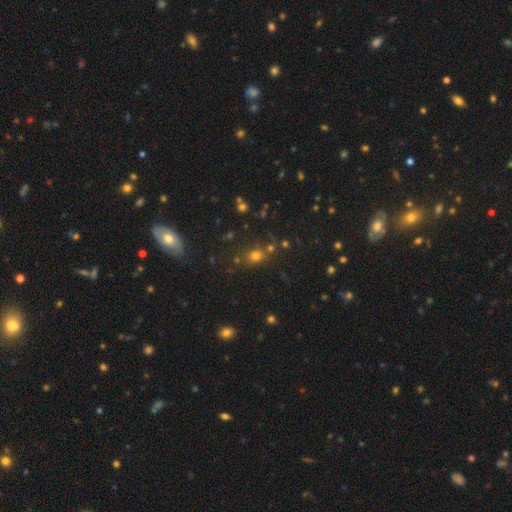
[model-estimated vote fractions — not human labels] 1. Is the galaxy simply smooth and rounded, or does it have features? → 64% smooth, 27% star or artifact, 8% featured or disk.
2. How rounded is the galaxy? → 72% round, 27% in between, 2% cigar-shaped.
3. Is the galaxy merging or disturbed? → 72% none, 12% minor disturbance, 11% merger, 4% major disturbance.